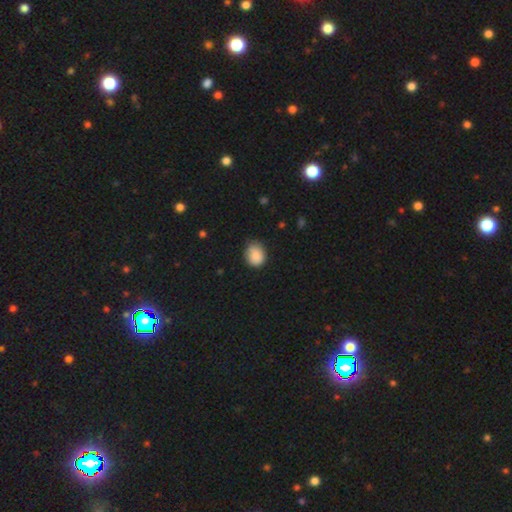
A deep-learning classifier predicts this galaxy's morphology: Overall: smooth (87%). How rounded: round (55%; in between 44%). Merging: none (67%; minor disturbance 28%).